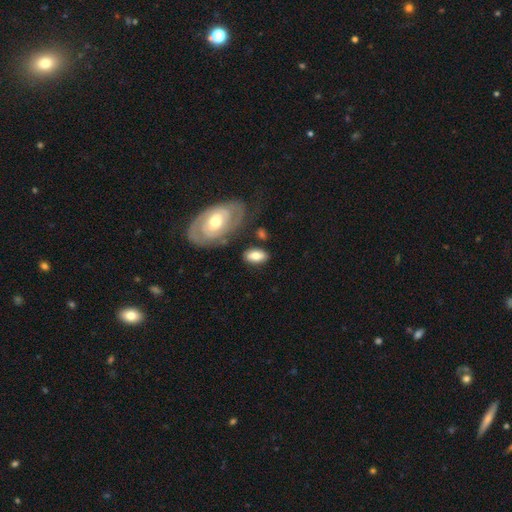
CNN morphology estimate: The model was most divided on "smooth or featured": smooth: 68%, featured or disk: 26%, star or artifact: 6%. More confident: how rounded — in between (90%); merging — none (74%).